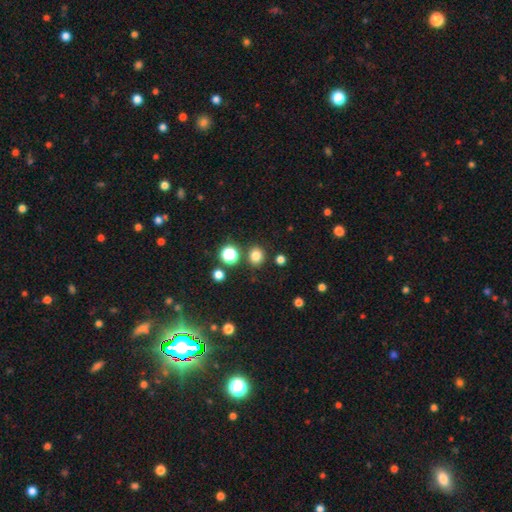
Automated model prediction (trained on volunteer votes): Smooth or featured? Predicted: smooth (p=0.79). How rounded? Predicted: round (p=0.83). Merging? Predicted: none (p=0.85).